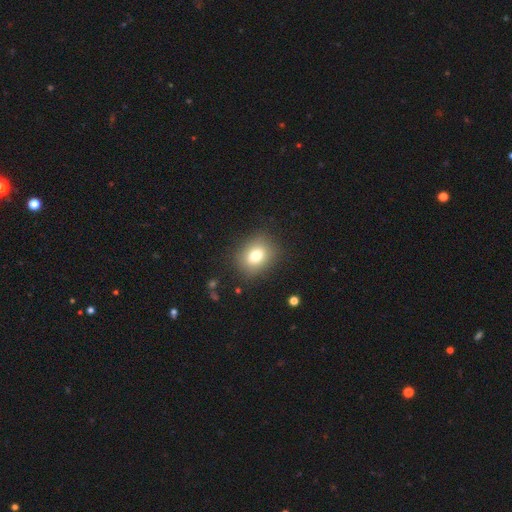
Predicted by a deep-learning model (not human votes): The model was most divided on "how rounded": in between: 52%, round: 47%, cigar-shaped: 1%. More confident: merging — none (85%); smooth or featured — smooth (75%).